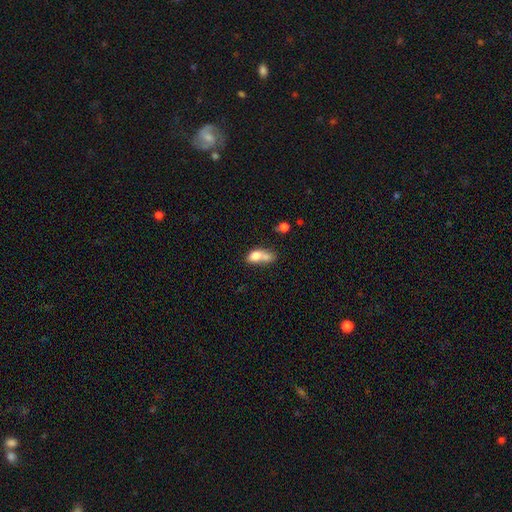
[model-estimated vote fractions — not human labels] This is likely a smooth galaxy (72%). How rounded: likely in between (76%). Merging: possibly merger (53%).